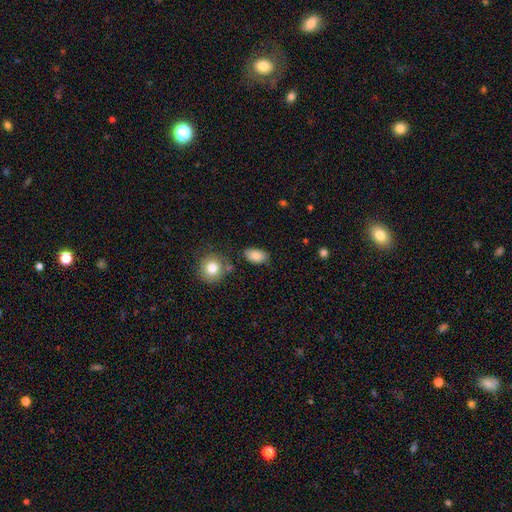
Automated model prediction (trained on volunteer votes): This appears to be a smooth galaxy with no disk features (85%) that is in between round and cigar-shaped (90%). Merging: none (77%).